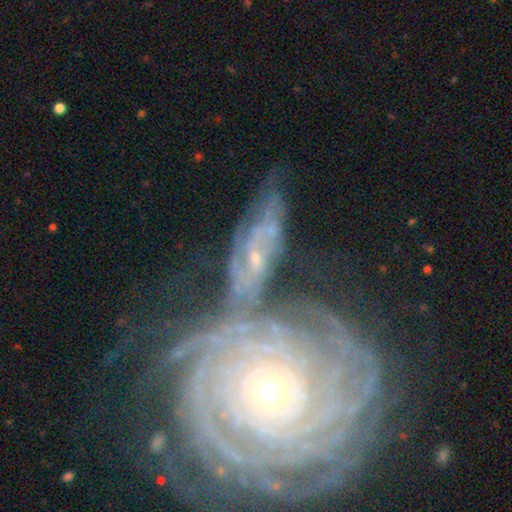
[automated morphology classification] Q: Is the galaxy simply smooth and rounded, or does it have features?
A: featured or disk — 84%.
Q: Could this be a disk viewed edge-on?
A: no — 93%.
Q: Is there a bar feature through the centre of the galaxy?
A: no — 68%.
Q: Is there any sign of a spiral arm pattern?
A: yes — 93%.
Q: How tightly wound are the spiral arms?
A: tight — 76%.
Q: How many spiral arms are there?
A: can't tell — 37%.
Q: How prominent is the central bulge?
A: small — 62%.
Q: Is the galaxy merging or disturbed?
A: none — 42%.